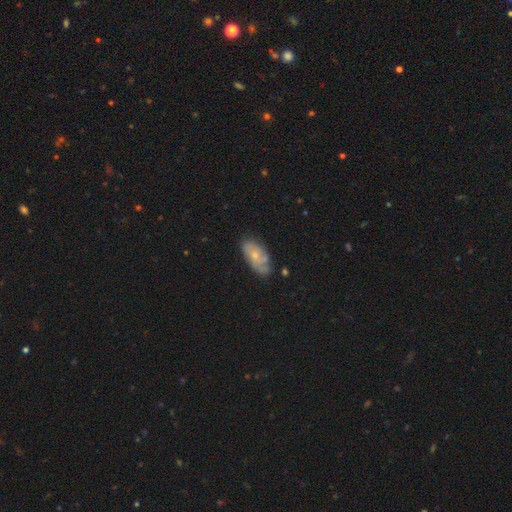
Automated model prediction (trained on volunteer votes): Q: Smooth or featured?
A: smooth (49%); runner-up: featured or disk (44%)
Q: Merging?
A: none (63%); runner-up: minor disturbance (27%)